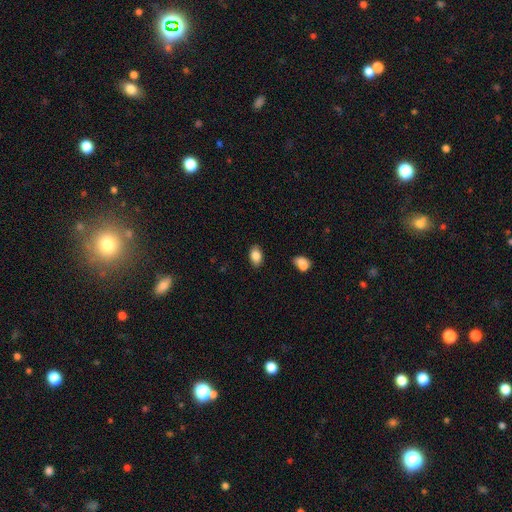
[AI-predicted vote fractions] smooth_or_featured: smooth (p=0.86) [alt: star or artifact p=0.08]
how_rounded: in between (p=0.89) [alt: round p=0.10]
merging: none (p=0.86) [alt: minor disturbance p=0.10]